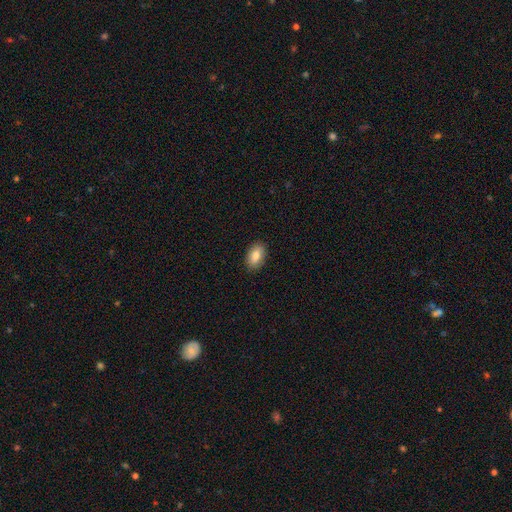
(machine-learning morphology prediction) A smooth galaxy with no disk features (82%) that is in between round and cigar-shaped (90%).

Vote fractions:
- Smooth or featured? smooth: 82% / featured or disk: 11% / star or artifact: 7%
- How rounded? in between: 90% / round: 8% / cigar-shaped: 2%
- Merging? none: 90% / minor disturbance: 8% / major disturbance: 2% / merger: 1%